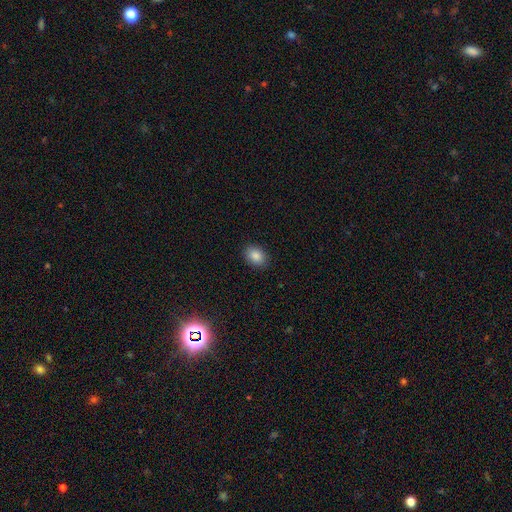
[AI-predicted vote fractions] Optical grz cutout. It shows a smooth galaxy with no disk features (86%) that is in between round and cigar-shaped (74%). Merging: none (89%).